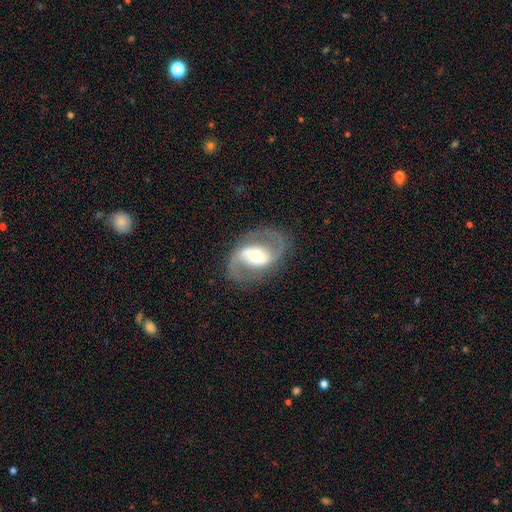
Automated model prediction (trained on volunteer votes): The model was most divided on "bar": weak: 38%, strong: 36%, no: 26%. More confident: edge-on disk — no (97%); spiral arm count — 2 (92%); spiral arms — yes (92%); smooth or featured — featured or disk (86%); merging — none (82%); bulge size — moderate (62%); spiral winding — medium (54%).